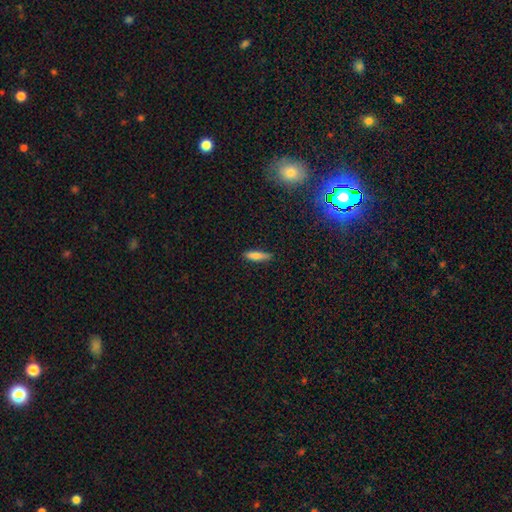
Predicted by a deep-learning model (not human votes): Overall: smooth (76%). How rounded: cigar-shaped (68%; in between 30%). Merging: none (86%).